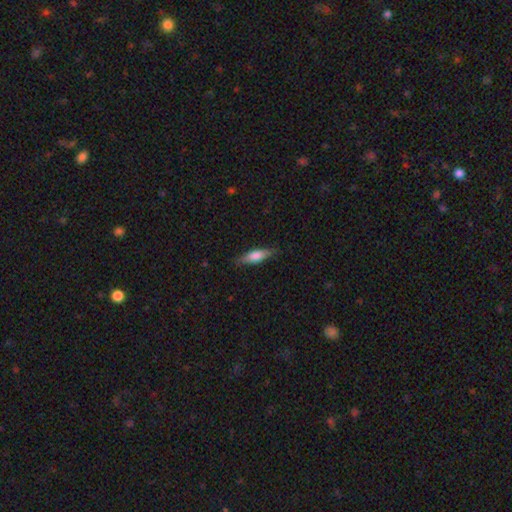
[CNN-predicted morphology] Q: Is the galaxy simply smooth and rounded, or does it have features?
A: smooth — 68%.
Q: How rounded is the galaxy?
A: cigar-shaped — 57%.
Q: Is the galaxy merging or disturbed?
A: none — 82%.